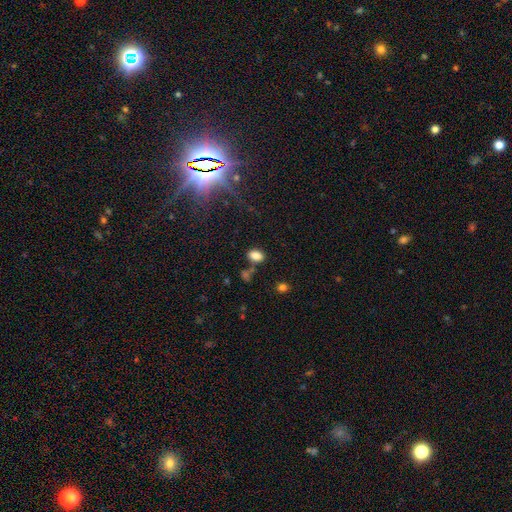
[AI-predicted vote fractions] This appears to be a smooth galaxy with no disk features (83%) that is in between round and cigar-shaped (85%). Merging: none (71%).